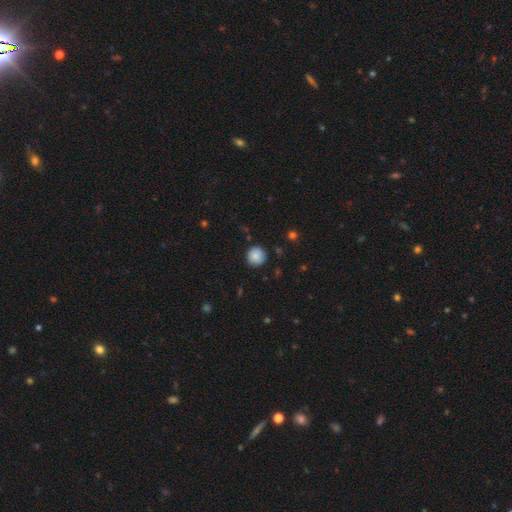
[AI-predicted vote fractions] Smooth or featured? Predicted: smooth (p=0.86). How rounded? Predicted: round (p=0.94). Merging? Predicted: none (p=0.87).